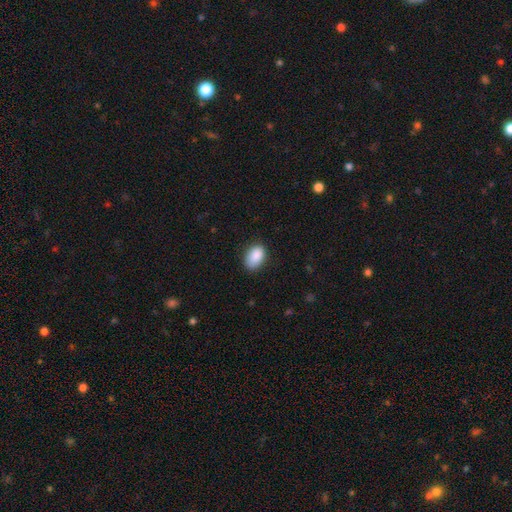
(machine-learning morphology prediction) smooth-or-featured: smooth: 89% | star or artifact: 7% | featured or disk: 4%
  how-rounded: in between: 91% | round: 8% | cigar-shaped: 1%
  merging: none: 80% | minor disturbance: 17% | major disturbance: 3% | merger: 1%